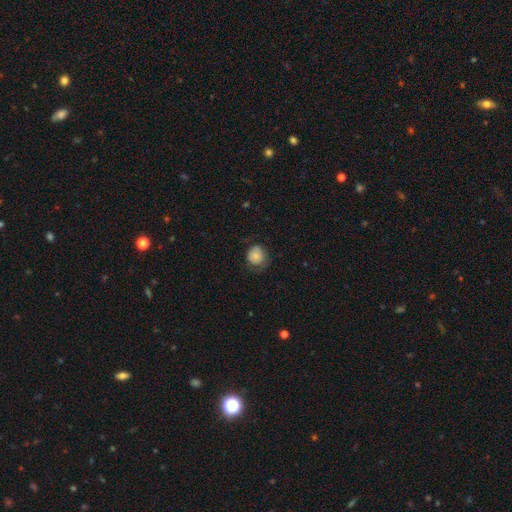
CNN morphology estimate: Smooth or featured?
  - smooth: 78% *
  - featured or disk: 14%
  - star or artifact: 8%
How rounded?
  - round: 82% *
  - in between: 17%
  - cigar-shaped: 1%
Merging?
  - none: 60% *
  - minor disturbance: 26%
  - major disturbance: 14%
  - merger: 1%